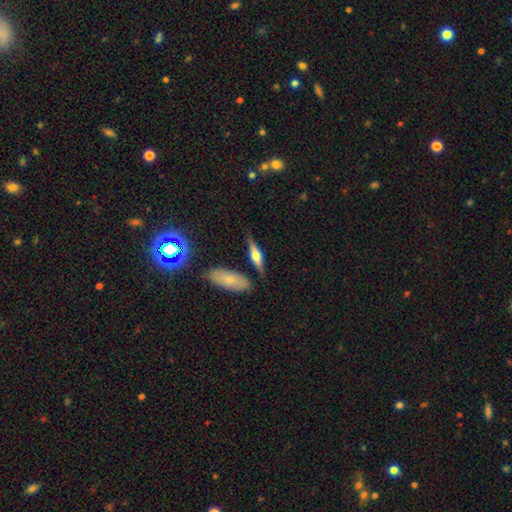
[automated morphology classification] Overall: featured or disk (57%; smooth 35%). Edge-on disk: yes (93%). Edge-on bulge: rounded (90%). Merging: none (77%).